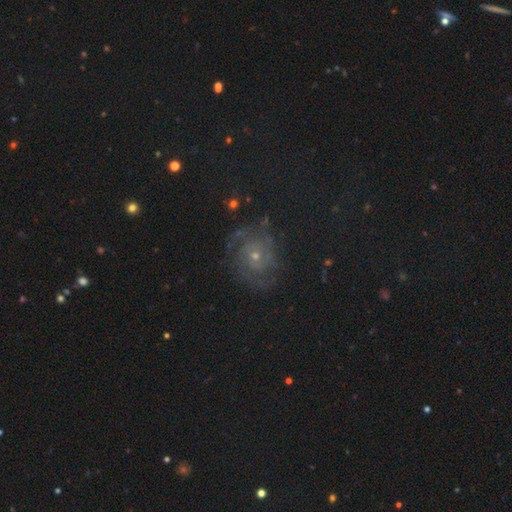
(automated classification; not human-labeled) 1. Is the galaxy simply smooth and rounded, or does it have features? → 56% featured or disk, 27% star or artifact, 17% smooth.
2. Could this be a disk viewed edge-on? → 97% no, 3% yes.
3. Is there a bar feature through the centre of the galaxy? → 77% no, 19% weak, 4% strong.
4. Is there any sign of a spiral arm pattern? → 88% yes, 12% no.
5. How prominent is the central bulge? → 66% small, 28% moderate, 2% large, 2% none, 1% dominant.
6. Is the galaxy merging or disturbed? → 73% none, 15% minor disturbance, 10% major disturbance, 2% merger.